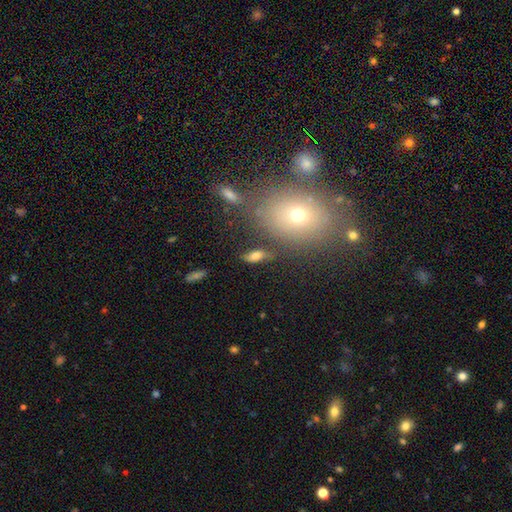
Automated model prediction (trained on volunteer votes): Smooth or featured?
  - smooth: 64% *
  - featured or disk: 24%
  - star or artifact: 12%
How rounded?
  - in between: 74% *
  - cigar-shaped: 18%
  - round: 8%
Merging?
  - none: 68% *
  - minor disturbance: 17%
  - major disturbance: 8%
  - merger: 7%